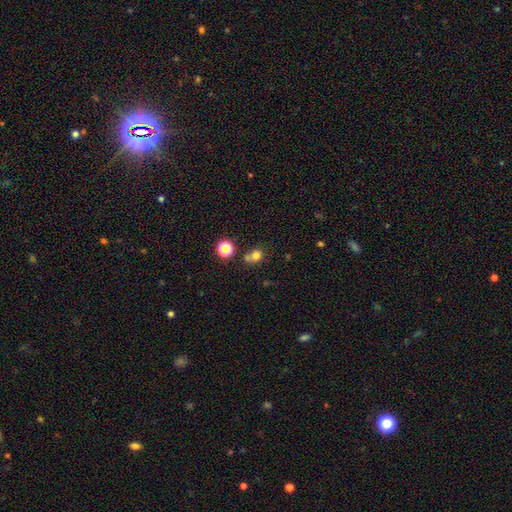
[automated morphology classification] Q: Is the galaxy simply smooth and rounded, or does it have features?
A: smooth — 76%.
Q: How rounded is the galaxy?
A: round — 77%.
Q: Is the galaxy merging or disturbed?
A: none — 52%.